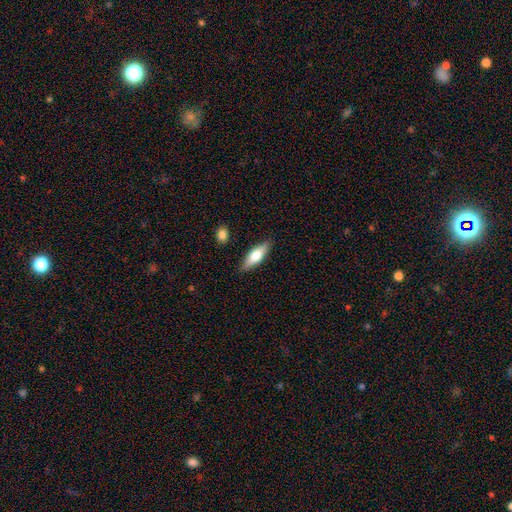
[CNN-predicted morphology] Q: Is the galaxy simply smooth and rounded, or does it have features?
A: smooth — 64%.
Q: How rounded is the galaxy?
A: in between — 51%.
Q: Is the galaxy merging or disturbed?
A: none — 87%.